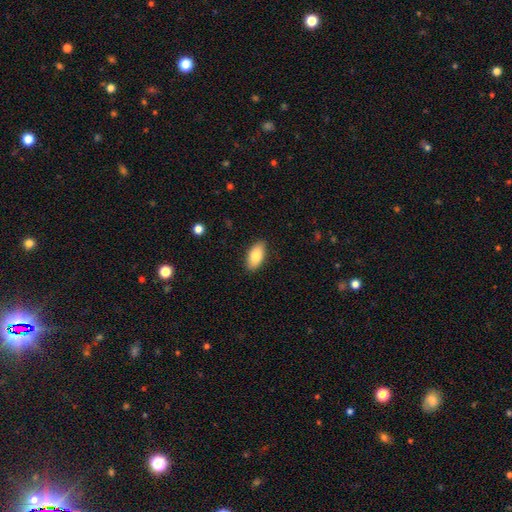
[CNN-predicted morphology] smooth_or_featured: smooth (p=0.83) [alt: featured or disk p=0.11]
how_rounded: in between (p=0.92) [alt: cigar-shaped p=0.05]
merging: none (p=0.88) [alt: minor disturbance p=0.09]